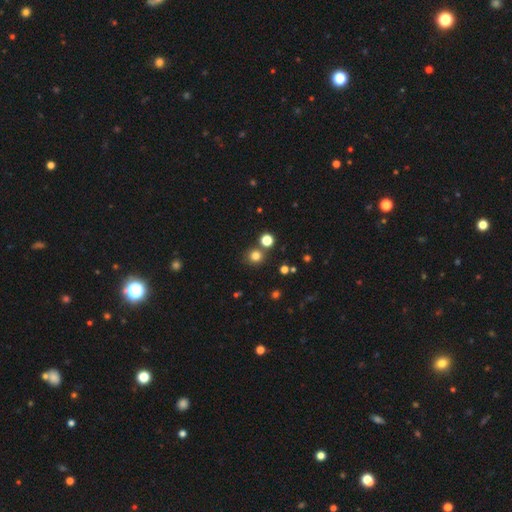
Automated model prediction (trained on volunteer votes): Smooth or featured? smooth (78%)
How rounded? round (90%)
Merging? none (77%)